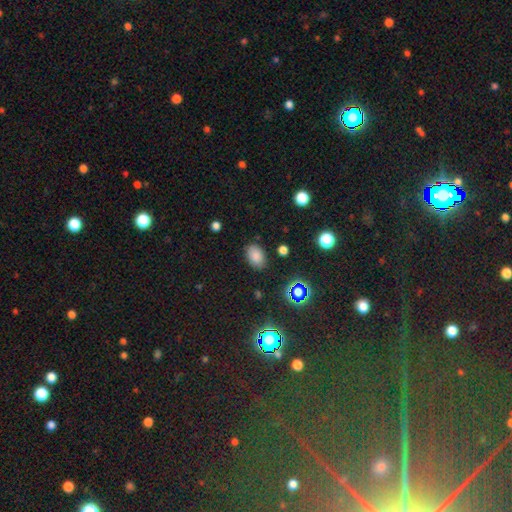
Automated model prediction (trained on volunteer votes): Overall: smooth (82%). How rounded: in between (85%). Merging: none (84%).